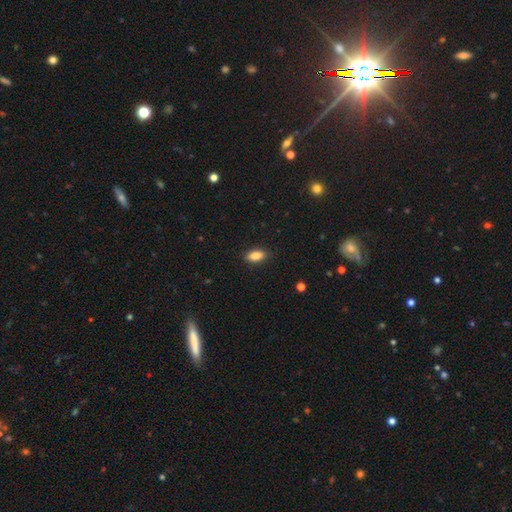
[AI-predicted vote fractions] Smooth or featured? Predicted: smooth (p=0.84). How rounded? Predicted: in between (p=0.88). Merging? Predicted: none (p=0.88).